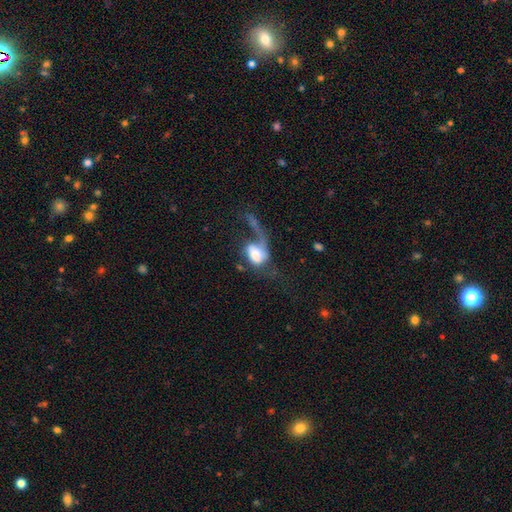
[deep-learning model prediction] Q: Smooth or featured?
A: featured or disk (47%); runner-up: smooth (44%)
Q: Merging?
A: major disturbance (60%); runner-up: none (17%)